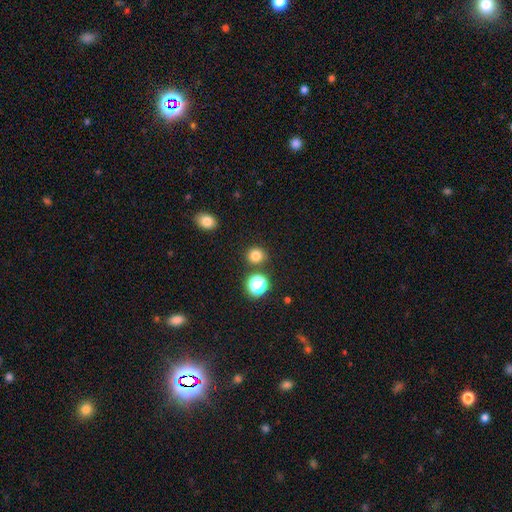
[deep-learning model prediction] The model was most divided on "smooth or featured": smooth: 79%, star or artifact: 16%, featured or disk: 5%. More confident: how rounded — round (89%); merging — none (86%).